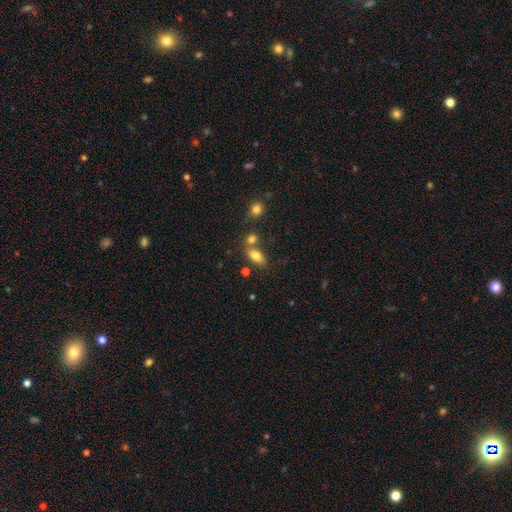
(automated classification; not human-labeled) Smooth or featured?
  - smooth: 79% *
  - featured or disk: 12%
  - star or artifact: 9%
How rounded?
  - in between: 84% *
  - cigar-shaped: 10%
  - round: 5%
Merging?
  - none: 61% *
  - merger: 24%
  - minor disturbance: 12%
  - major disturbance: 4%